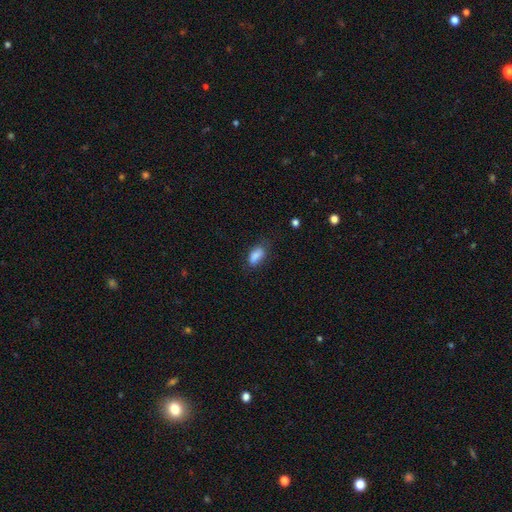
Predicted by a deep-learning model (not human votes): smooth_or_featured: smooth (p=0.85) [alt: star or artifact p=0.08]
how_rounded: in between (p=0.88) [alt: cigar-shaped p=0.08]
merging: none (p=0.67) [alt: minor disturbance p=0.24]